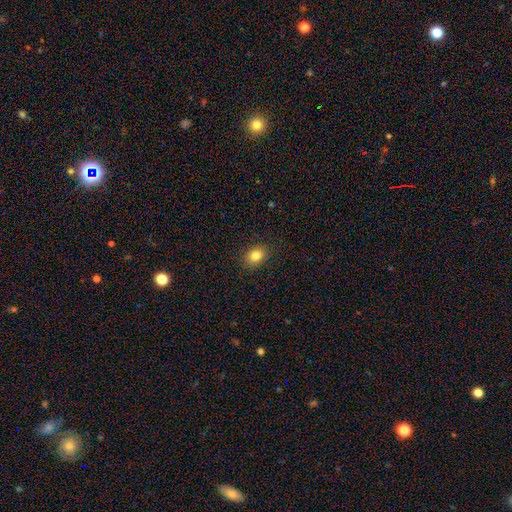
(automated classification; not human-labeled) Q: Smooth or featured?
A: smooth (83%); runner-up: star or artifact (11%)
Q: How rounded?
A: in between (59%); runner-up: round (40%)
Q: Merging?
A: none (89%); runner-up: minor disturbance (8%)